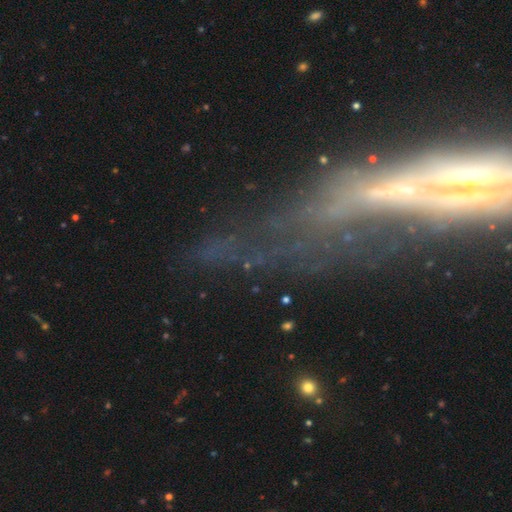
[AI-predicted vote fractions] smooth-or-featured: featured or disk: 50% | star or artifact: 28% | smooth: 21%
  disk-edge-on: no: 58% | yes: 42%
  merging: none: 38% | major disturbance: 33% | minor disturbance: 17% | merger: 11%